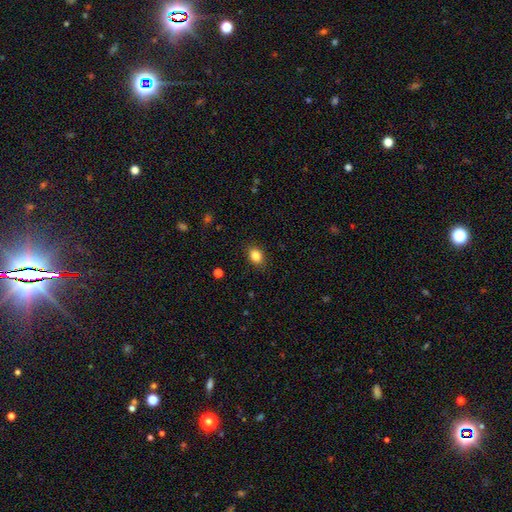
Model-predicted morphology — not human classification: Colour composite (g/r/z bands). It shows a smooth galaxy with no disk features (85%) that is in between round and cigar-shaped (71%). Merging: none (87%).